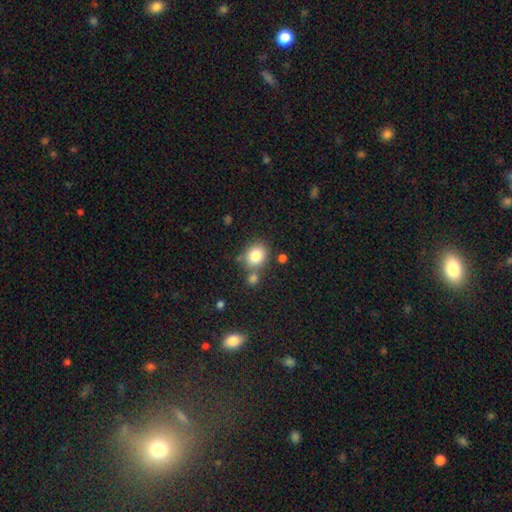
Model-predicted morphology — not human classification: A smooth galaxy with no disk features (83%) that is round (66%).

Vote fractions:
- Smooth or featured? smooth: 83% / star or artifact: 10% / featured or disk: 7%
- How rounded? round: 66% / in between: 34% / cigar-shaped: 1%
- Merging? none: 66% / merger: 17% / minor disturbance: 13% / major disturbance: 4%